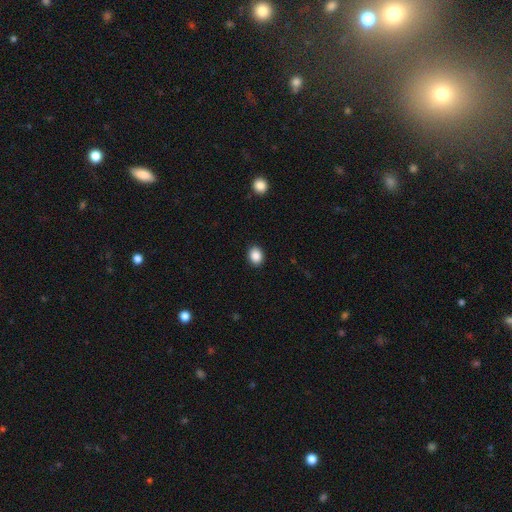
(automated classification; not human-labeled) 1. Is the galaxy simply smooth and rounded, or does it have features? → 88% smooth, 9% star or artifact, 3% featured or disk.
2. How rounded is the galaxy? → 54% in between, 45% round, 1% cigar-shaped.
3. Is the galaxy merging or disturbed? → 90% none, 7% minor disturbance, 2% major disturbance, 1% merger.